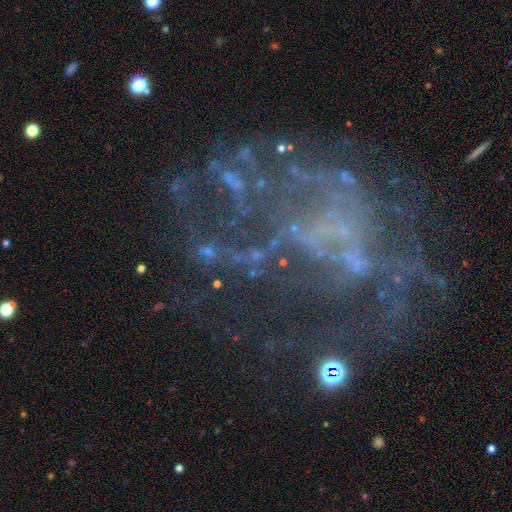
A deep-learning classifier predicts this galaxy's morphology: Q: Smooth or featured?
A: featured or disk (62%); runner-up: star or artifact (27%)
Q: Edge-on disk?
A: no (97%); runner-up: yes (3%)
Q: Bar?
A: no (78%); runner-up: weak (15%)
Q: Spiral arms?
A: no (65%); runner-up: yes (35%)
Q: Bulge size?
A: none (73%); runner-up: small (19%)
Q: Merging?
A: none (42%); runner-up: major disturbance (36%)